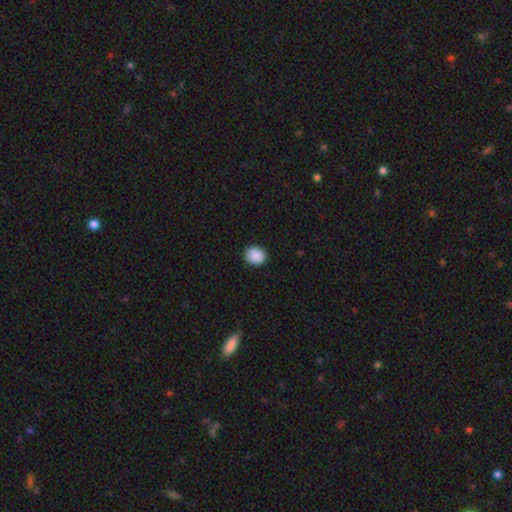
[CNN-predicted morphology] A smooth galaxy with no disk features (89%) that is round (73%). Merging: none (89%).